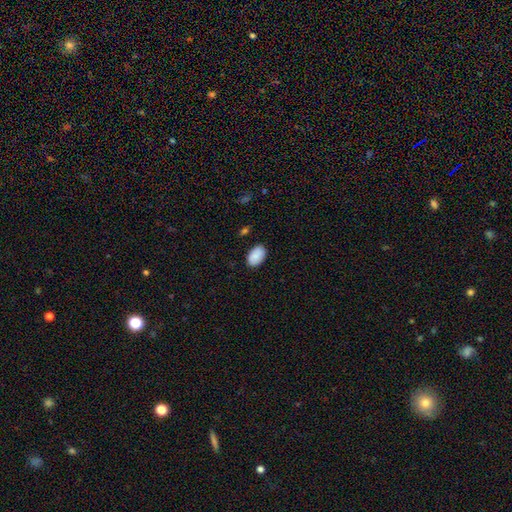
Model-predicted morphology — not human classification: A smooth galaxy with no disk features (89%) that is in between round and cigar-shaped (92%).

Vote fractions:
- Smooth or featured? smooth: 89% / star or artifact: 6% / featured or disk: 5%
- How rounded? in between: 92% / round: 7% / cigar-shaped: 1%
- Merging? none: 84% / minor disturbance: 12% / major disturbance: 2% / merger: 2%